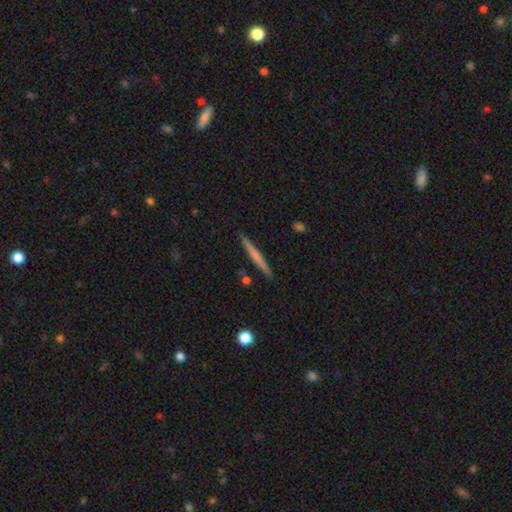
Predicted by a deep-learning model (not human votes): smooth_or_featured: smooth (p=0.54) [alt: featured or disk p=0.40]
how_rounded: cigar-shaped (p=0.96) [alt: in between p=0.02]
merging: none (p=0.90) [alt: minor disturbance p=0.07]